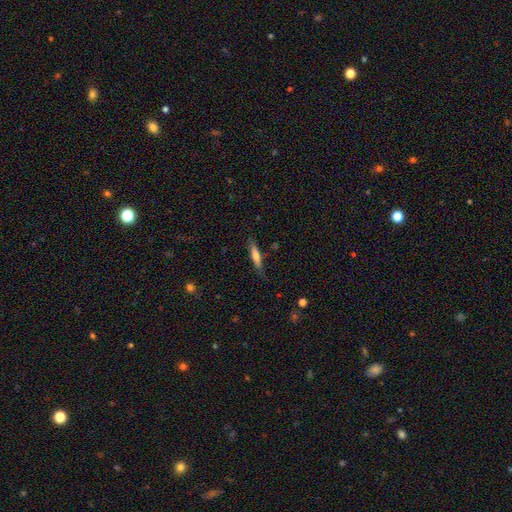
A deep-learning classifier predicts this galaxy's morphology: A smooth galaxy with no disk features (58%) that is cigar-shaped (85%). Merging: none (81%).